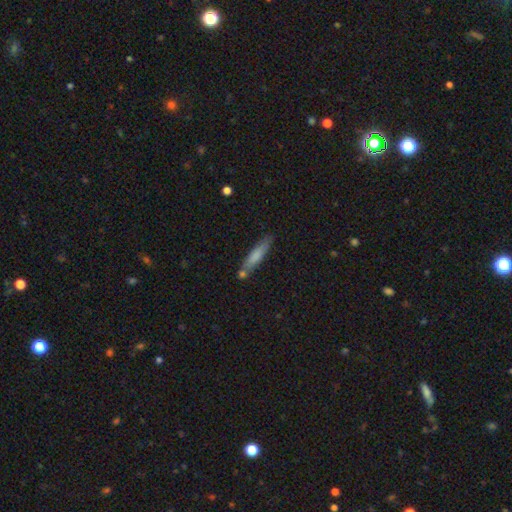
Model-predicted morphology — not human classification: This is likely a smooth galaxy (71%). How rounded: clearly cigar-shaped (86%). Merging: likely none (70%).